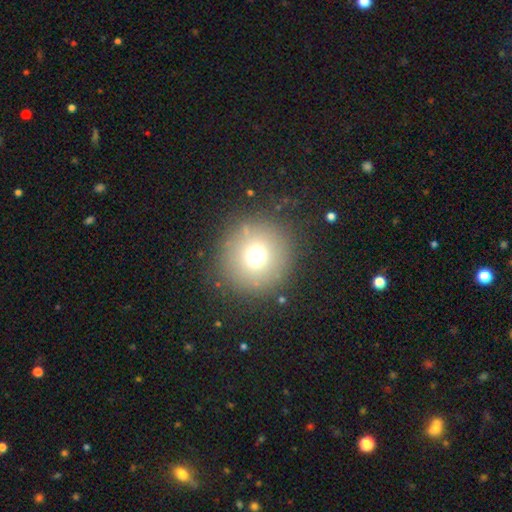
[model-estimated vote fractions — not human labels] Smooth or featured? Predicted: smooth (p=0.68). How rounded? Predicted: round (p=0.95). Merging? Predicted: none (p=0.87).